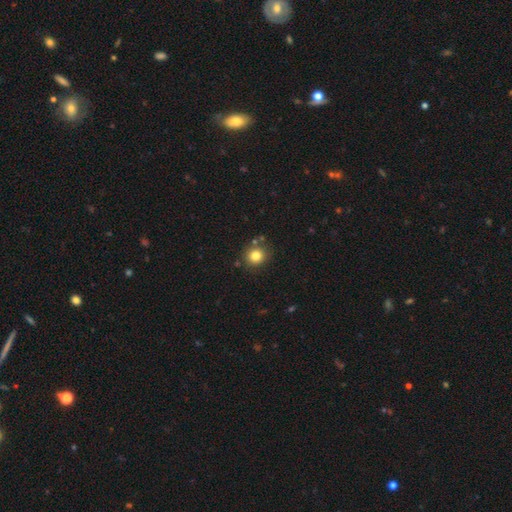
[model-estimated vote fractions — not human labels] Smooth or featured? Predicted: smooth (p=0.81). How rounded? Predicted: round (p=0.89). Merging? Predicted: none (p=0.81).